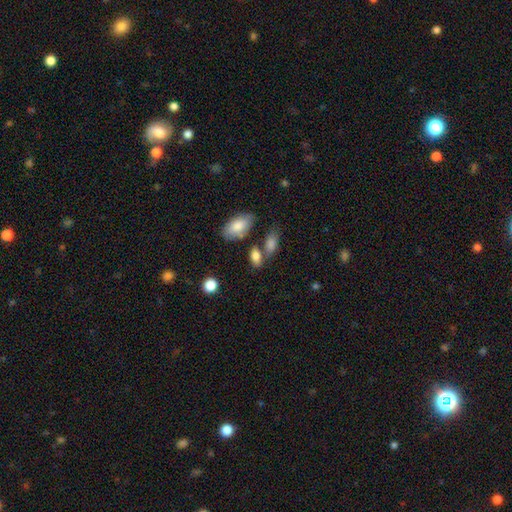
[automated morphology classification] A smooth galaxy with no disk features (81%) that is in between round and cigar-shaped (86%).

Vote fractions:
- Smooth or featured? smooth: 81% / featured or disk: 10% / star or artifact: 9%
- How rounded? in between: 86% / round: 8% / cigar-shaped: 6%
- Merging? none: 58% / merger: 22% / minor disturbance: 15% / major disturbance: 6%